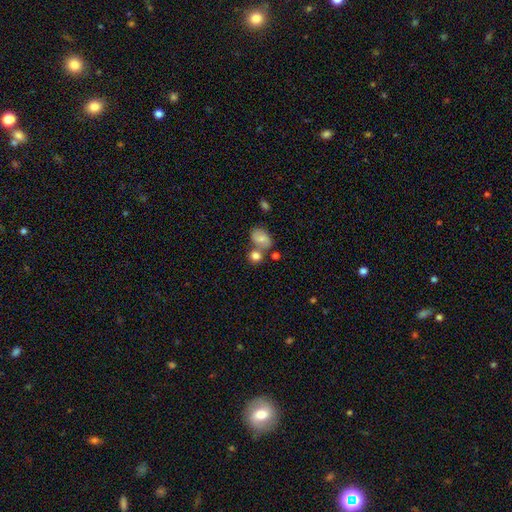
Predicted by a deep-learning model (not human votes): Smooth or featured? smooth (77%)
How rounded? round (70%)
Merging? none (49%)